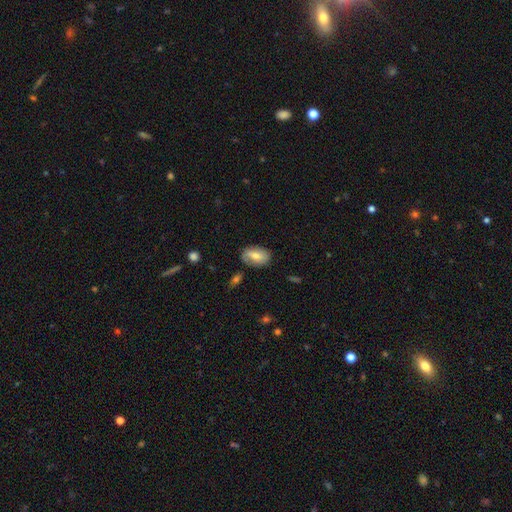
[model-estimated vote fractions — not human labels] A smooth galaxy with no disk features (59%) that is in between round and cigar-shaped (88%). Merging: none (70%).